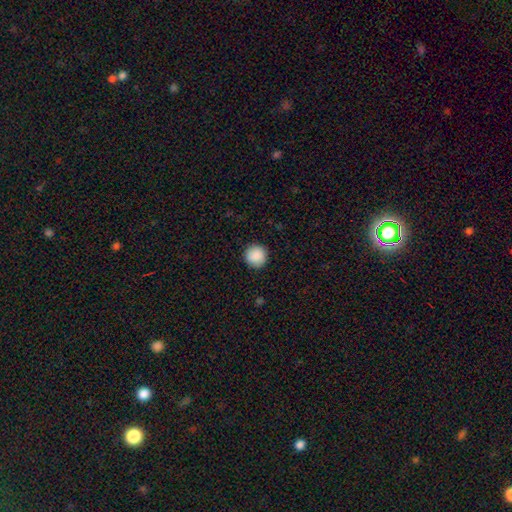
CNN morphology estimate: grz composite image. It shows a smooth galaxy with no disk features (90%) that is round (95%). Merging: none (92%).